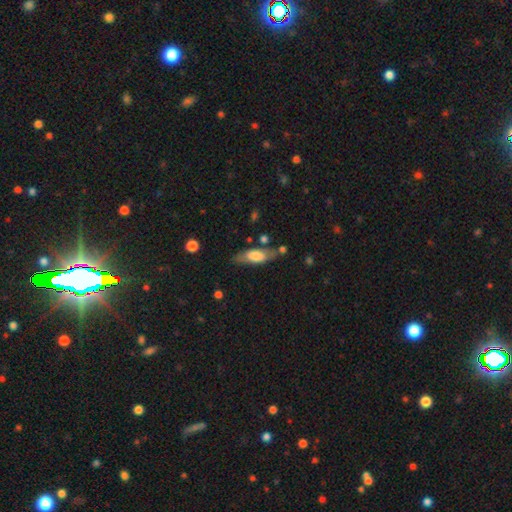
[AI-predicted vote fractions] A smooth galaxy with no disk features (62%) that is in between round and cigar-shaped (64%).

Vote fractions:
- Smooth or featured? smooth: 62% / featured or disk: 32% / star or artifact: 6%
- How rounded? in between: 64% / cigar-shaped: 33% / round: 2%
- Merging? none: 69% / minor disturbance: 19% / major disturbance: 6% / merger: 6%